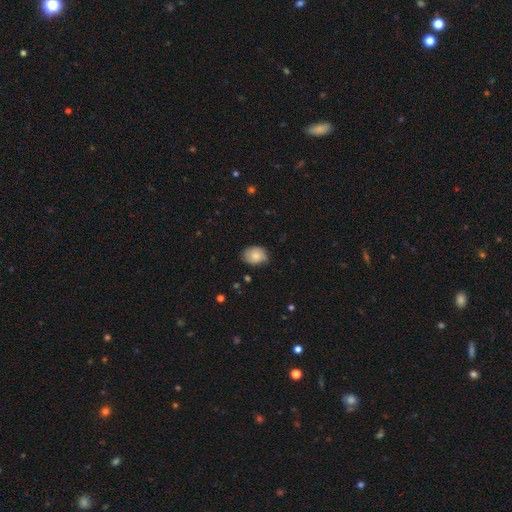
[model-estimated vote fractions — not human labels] Smooth or featured? Predicted: smooth (p=0.80). How rounded? Predicted: in between (p=0.60). Merging? Predicted: none (p=0.70).